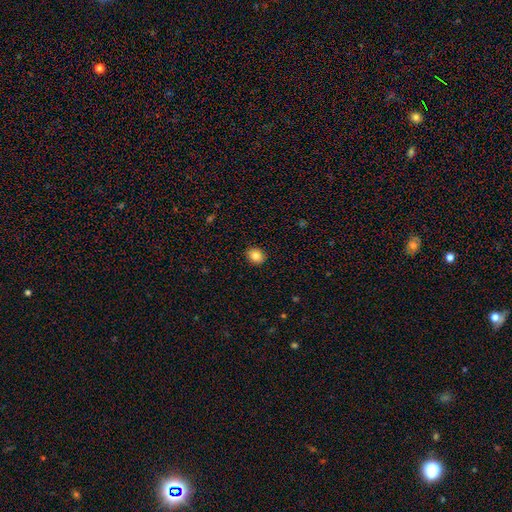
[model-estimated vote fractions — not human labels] Smooth or featured: smooth — 85% (star or artifact — 9%)
How rounded: round — 61% (in between — 38%)
Merging: none — 90% (minor disturbance — 7%)